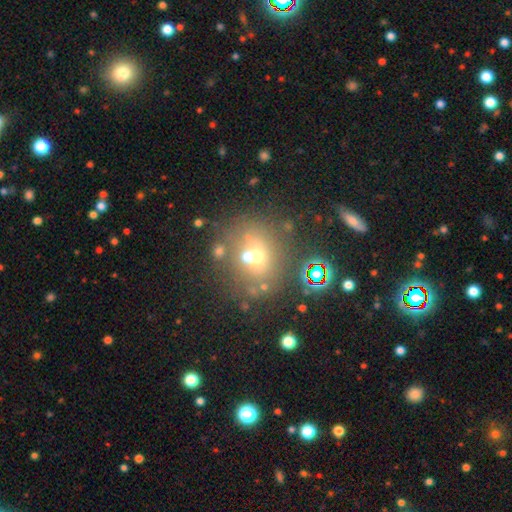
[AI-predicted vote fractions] The model was most divided on "smooth or featured": smooth: 49%, star or artifact: 27%, featured or disk: 24%. More confident: merging — none (57%).